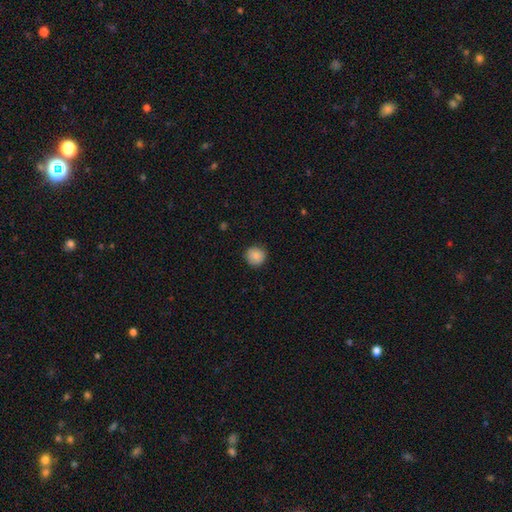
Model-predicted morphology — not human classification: A smooth galaxy with no disk features (87%) that is round (93%).

Vote fractions:
- Smooth or featured? smooth: 87% / star or artifact: 9% / featured or disk: 5%
- How rounded? round: 93% / in between: 6% / cigar-shaped: 1%
- Merging? none: 89% / minor disturbance: 8% / major disturbance: 2% / merger: 1%